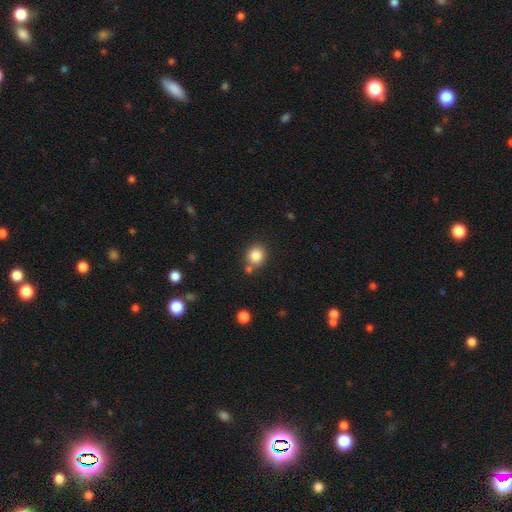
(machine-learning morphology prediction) smooth_or_featured: smooth (p=0.84) [alt: star or artifact p=0.10]
how_rounded: round (p=0.85) [alt: in between p=0.15]
merging: none (p=0.72) [alt: merger p=0.15]